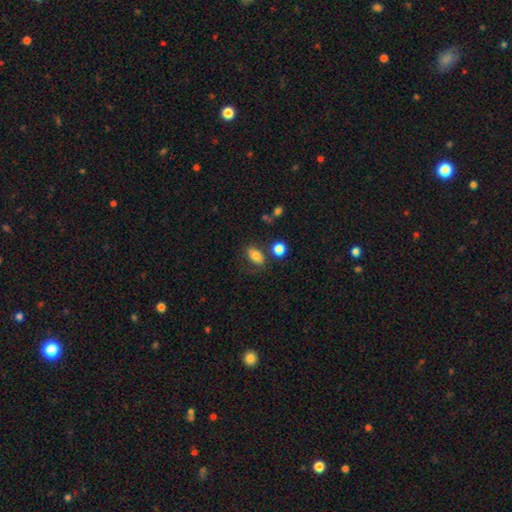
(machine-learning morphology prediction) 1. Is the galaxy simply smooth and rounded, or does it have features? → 79% smooth, 11% featured or disk, 9% star or artifact.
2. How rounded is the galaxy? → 86% in between, 11% round, 3% cigar-shaped.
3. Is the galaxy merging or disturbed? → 64% none, 19% minor disturbance, 9% merger, 8% major disturbance.